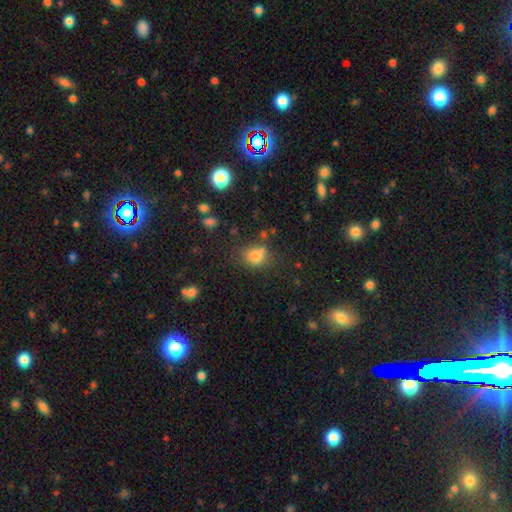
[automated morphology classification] type=smooth (79%); roundness=round (64%); merging=none (63%).